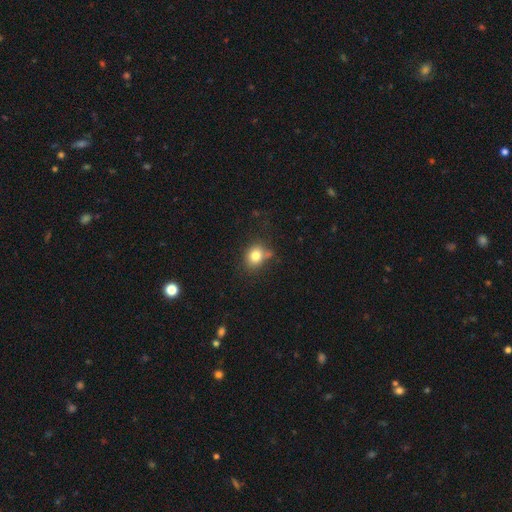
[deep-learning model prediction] Smooth or featured?
  - smooth: 79% *
  - star or artifact: 11%
  - featured or disk: 9%
How rounded?
  - round: 63% *
  - in between: 36%
  - cigar-shaped: 1%
Merging?
  - none: 62% *
  - minor disturbance: 23%
  - merger: 7%
  - major disturbance: 7%